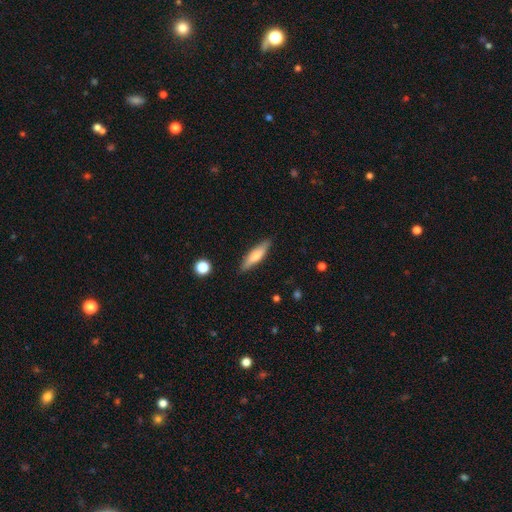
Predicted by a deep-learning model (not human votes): smooth-or-featured: smooth: 65% | featured or disk: 29% | star or artifact: 6%
  how-rounded: cigar-shaped: 69% | in between: 29% | round: 2%
  merging: none: 87% | minor disturbance: 10% | major disturbance: 2% | merger: 1%